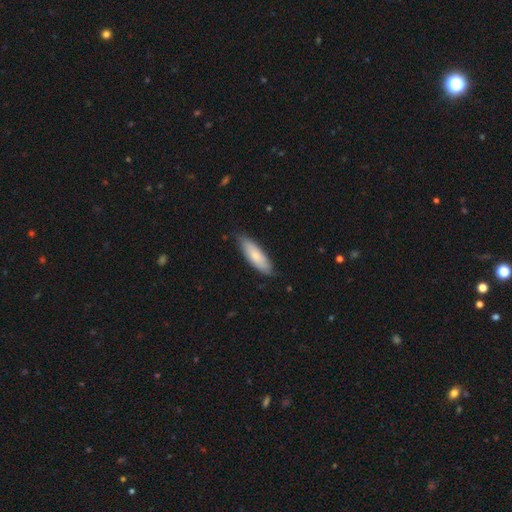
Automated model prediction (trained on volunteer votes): Smooth or featured?
  - smooth: 78% *
  - featured or disk: 17%
  - star or artifact: 5%
How rounded?
  - in between: 53% *
  - cigar-shaped: 46%
  - round: 1%
Merging?
  - none: 78% *
  - minor disturbance: 18%
  - major disturbance: 2%
  - merger: 1%